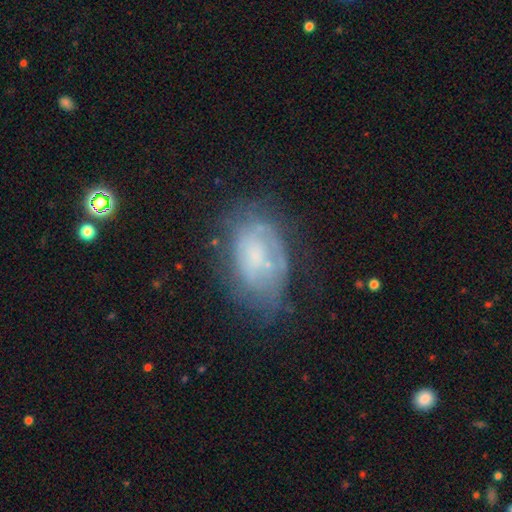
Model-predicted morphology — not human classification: Overall: featured or disk (52%; smooth 38%). Edge-on disk: no (95%). Merging: none (54%; minor disturbance 27%).